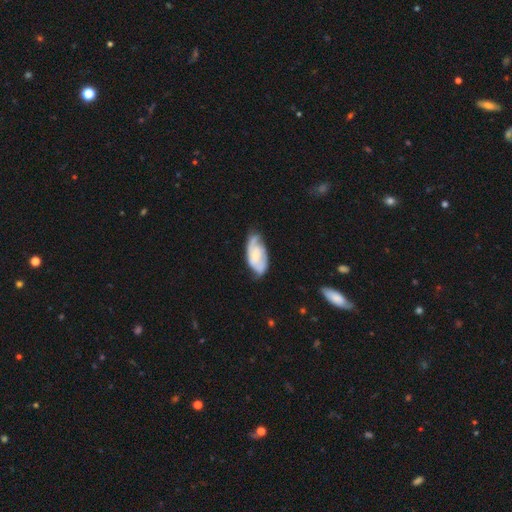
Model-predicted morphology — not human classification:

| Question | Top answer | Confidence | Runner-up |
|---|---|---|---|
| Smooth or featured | featured or disk | 59% | smooth (36%) |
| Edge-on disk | no | 93% | yes (7%) |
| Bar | no | 73% | weak (22%) |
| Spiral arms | yes | 81% | no (19%) |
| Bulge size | small | 58% | moderate (27%) |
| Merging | none | 51% | minor disturbance (34%) |